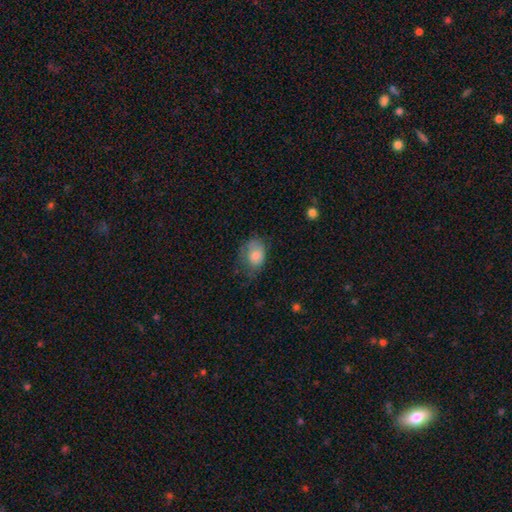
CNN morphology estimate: A smooth galaxy with no disk features (76%) that is in between round and cigar-shaped (73%). Merging: none (41%).